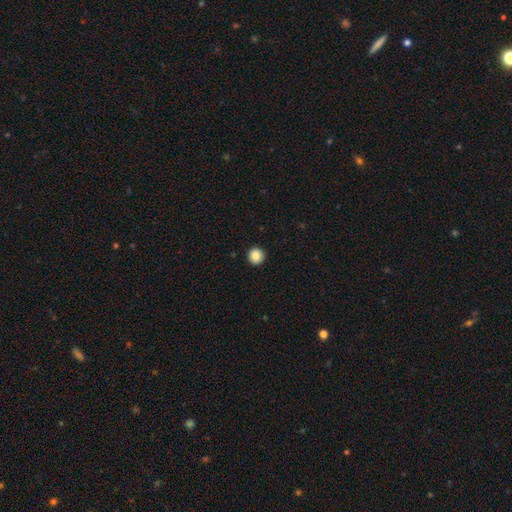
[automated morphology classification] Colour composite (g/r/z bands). It shows a smooth galaxy with no disk features (88%) that is round (95%). Merging: none (93%).